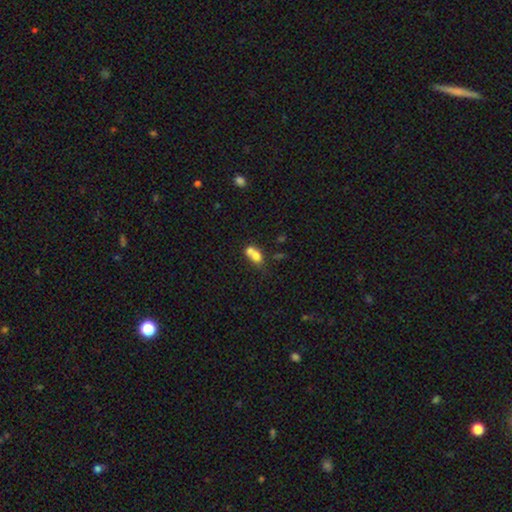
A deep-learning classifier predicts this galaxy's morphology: smooth_or_featured: smooth (p=0.70) [alt: featured or disk p=0.20]
how_rounded: in between (p=0.56) [alt: round p=0.42]
merging: merger (p=0.67) [alt: none p=0.22]